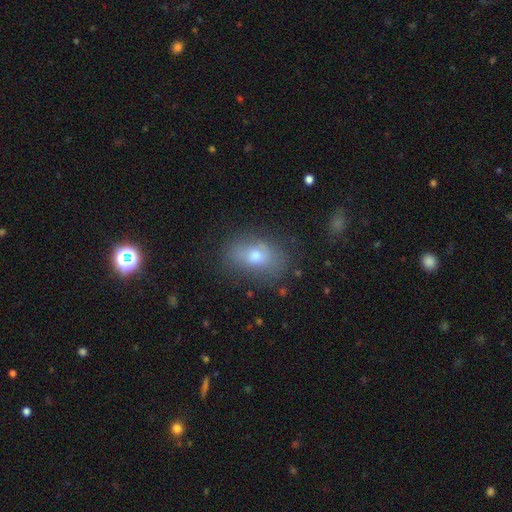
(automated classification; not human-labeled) Smooth or featured? Predicted: smooth (p=0.69). How rounded? Predicted: in between (p=0.79). Merging? Predicted: none (p=0.70).